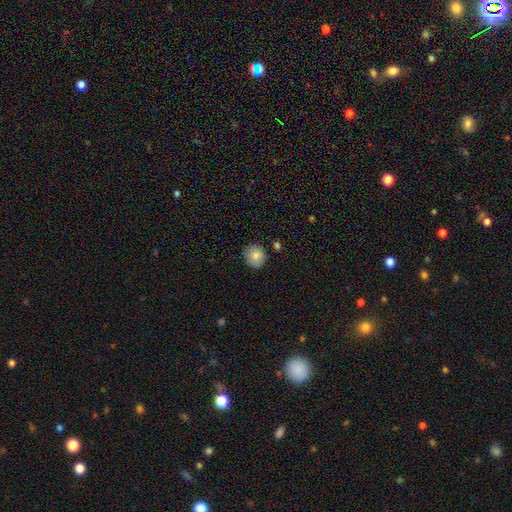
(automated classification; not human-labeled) Smooth or featured: smooth — 85% (star or artifact — 8%)
How rounded: round — 87% (in between — 12%)
Merging: none — 81% (minor disturbance — 13%)